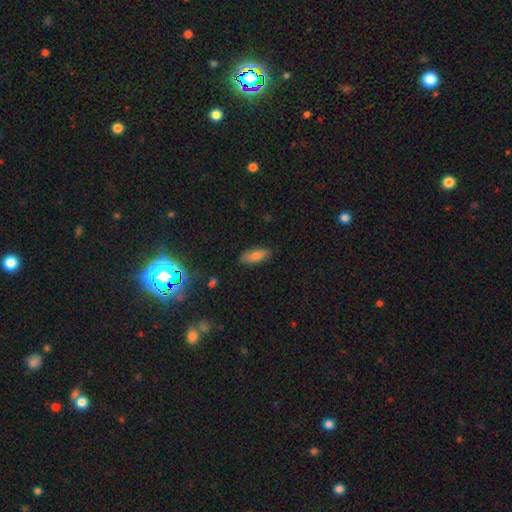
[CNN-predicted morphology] The model was most divided on "how rounded": in between: 76%, cigar-shaped: 21%, round: 3%. More confident: merging — none (86%); smooth or featured — smooth (76%).